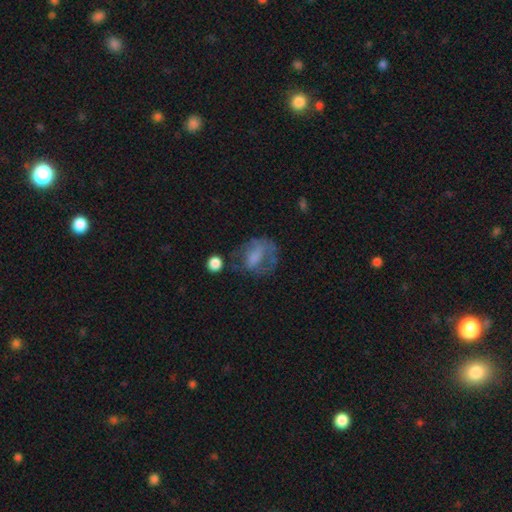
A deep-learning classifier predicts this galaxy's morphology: A smooth galaxy with no disk features (47%).

Vote fractions:
- Smooth or featured? smooth: 47% / featured or disk: 41% / star or artifact: 11%
- Merging? none: 39% / major disturbance: 32% / minor disturbance: 24% / merger: 6%